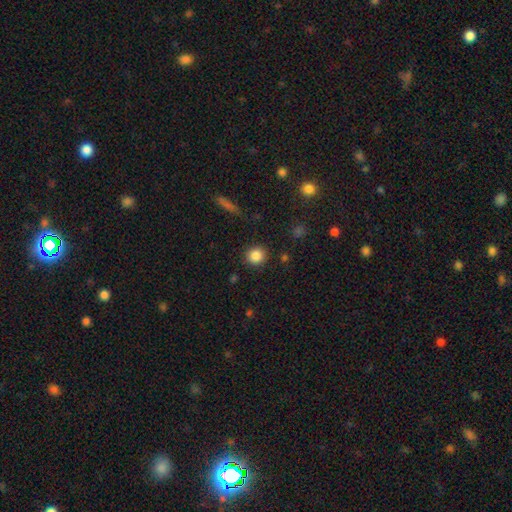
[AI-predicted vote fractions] A smooth galaxy with no disk features (85%) that is round (90%).

Vote fractions:
- Smooth or featured? smooth: 85% / star or artifact: 10% / featured or disk: 5%
- How rounded? round: 90% / in between: 9% / cigar-shaped: 1%
- Merging? none: 89% / minor disturbance: 7% / major disturbance: 2% / merger: 2%